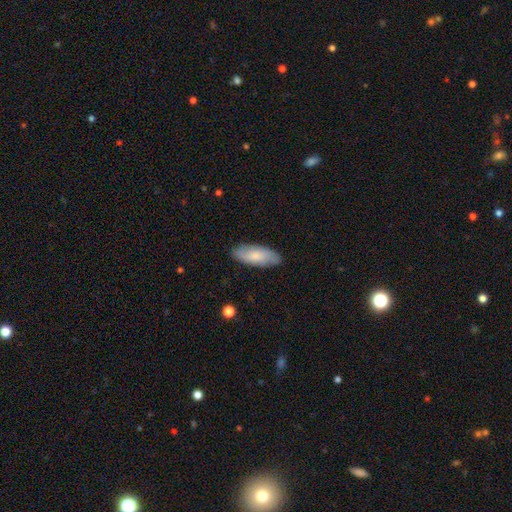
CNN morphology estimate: Q: Smooth or featured?
A: smooth (72%); runner-up: featured or disk (22%)
Q: How rounded?
A: in between (77%); runner-up: cigar-shaped (21%)
Q: Merging?
A: none (87%); runner-up: minor disturbance (10%)